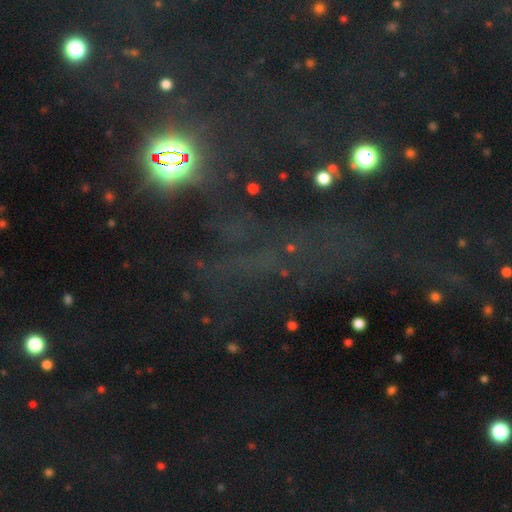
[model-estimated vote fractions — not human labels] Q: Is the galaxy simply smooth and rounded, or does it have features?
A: star or artifact — 71%.